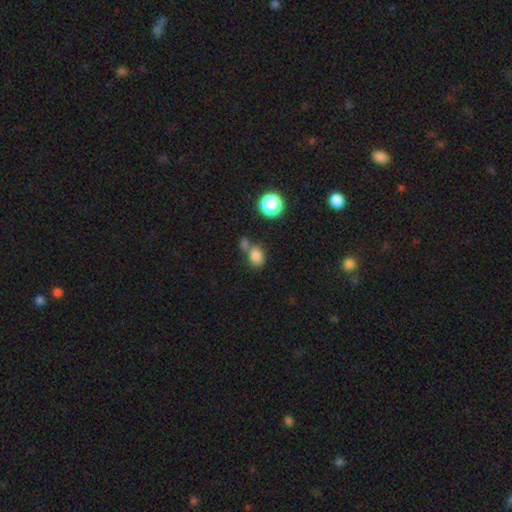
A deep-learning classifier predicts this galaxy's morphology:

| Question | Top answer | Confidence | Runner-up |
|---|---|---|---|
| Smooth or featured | smooth | 81% | star or artifact (13%) |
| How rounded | in between | 60% | round (39%) |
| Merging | none | 51% | merger (32%) |